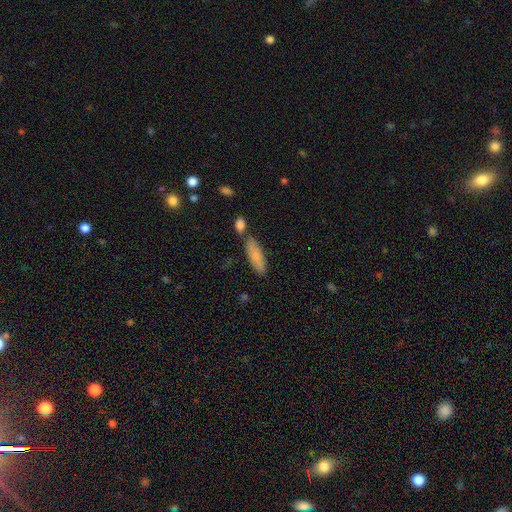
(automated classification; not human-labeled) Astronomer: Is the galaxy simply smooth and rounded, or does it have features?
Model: smooth — 82%.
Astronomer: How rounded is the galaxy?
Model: in between — 50% (runner-up: cigar-shaped, 48%).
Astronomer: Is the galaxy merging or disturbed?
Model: none — 70%.